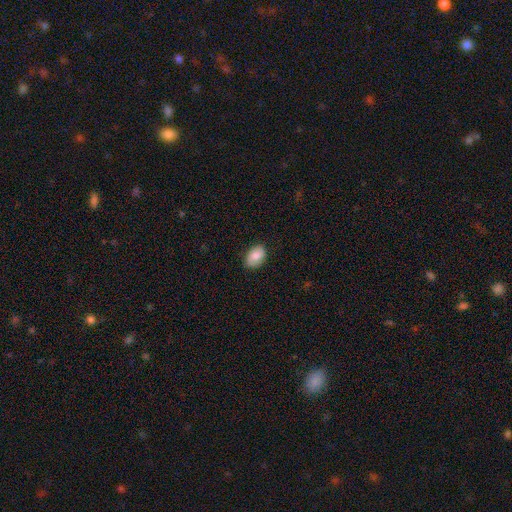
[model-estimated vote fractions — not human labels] Smooth or featured? Predicted: smooth (p=0.80). How rounded? Predicted: in between (p=0.85). Merging? Predicted: none (p=0.82).